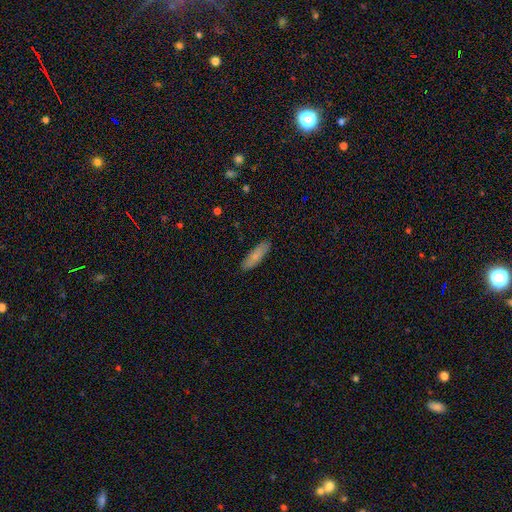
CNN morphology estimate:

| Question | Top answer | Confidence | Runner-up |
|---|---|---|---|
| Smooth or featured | smooth | 75% | featured or disk (19%) |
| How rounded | cigar-shaped | 50% | in between (48%) |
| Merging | none | 87% | minor disturbance (10%) |